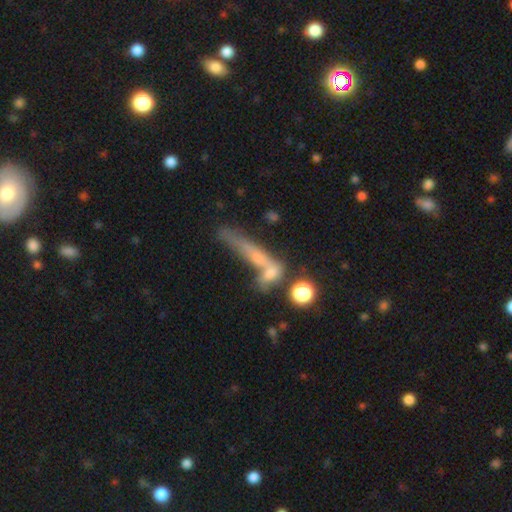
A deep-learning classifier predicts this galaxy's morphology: A smooth galaxy with no disk features (54%) that is cigar-shaped (71%).

Vote fractions:
- Smooth or featured? smooth: 54% / featured or disk: 33% / star or artifact: 13%
- How rounded? cigar-shaped: 71% / in between: 21% / round: 8%
- Merging? merger: 44% / none: 32% / minor disturbance: 13% / major disturbance: 11%